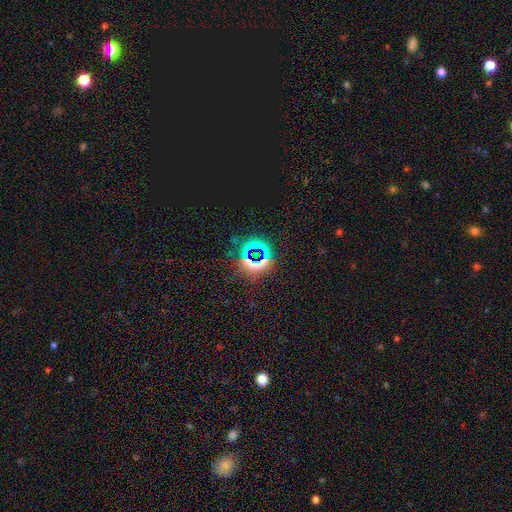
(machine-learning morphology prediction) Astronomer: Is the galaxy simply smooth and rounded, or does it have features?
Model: star or artifact — 71%.